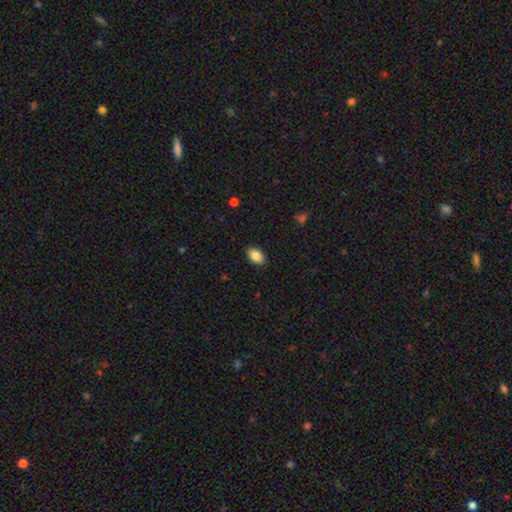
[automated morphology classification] Smooth or featured: smooth — 87% (star or artifact — 7%)
How rounded: in between — 90% (round — 8%)
Merging: none — 89% (minor disturbance — 9%)